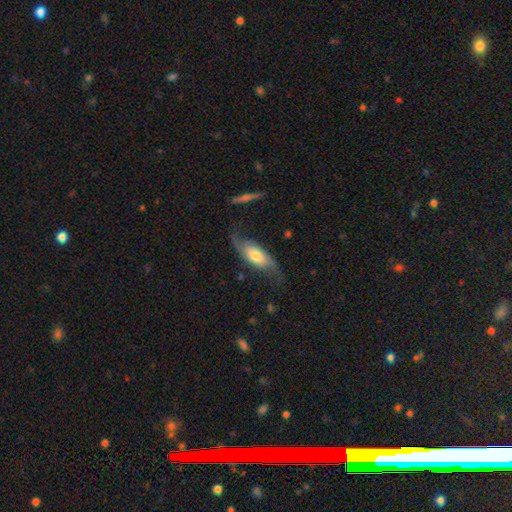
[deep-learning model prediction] Q: Smooth or featured?
A: featured or disk (57%); runner-up: smooth (37%)
Q: Edge-on disk?
A: no (82%); runner-up: yes (18%)
Q: Merging?
A: none (59%); runner-up: minor disturbance (24%)